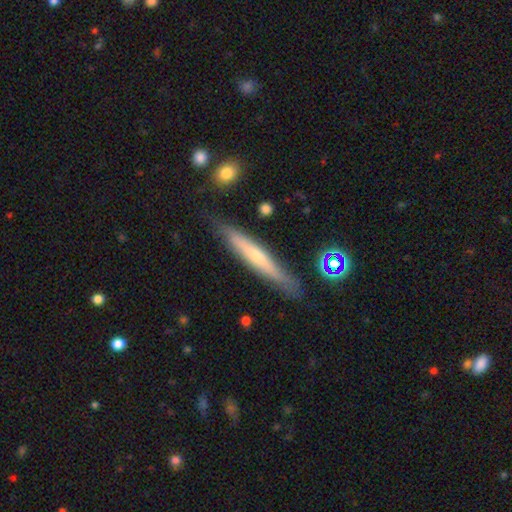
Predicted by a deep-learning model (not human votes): Q: Smooth or featured?
A: featured or disk (49%); runner-up: smooth (44%)
Q: Merging?
A: none (79%); runner-up: minor disturbance (15%)